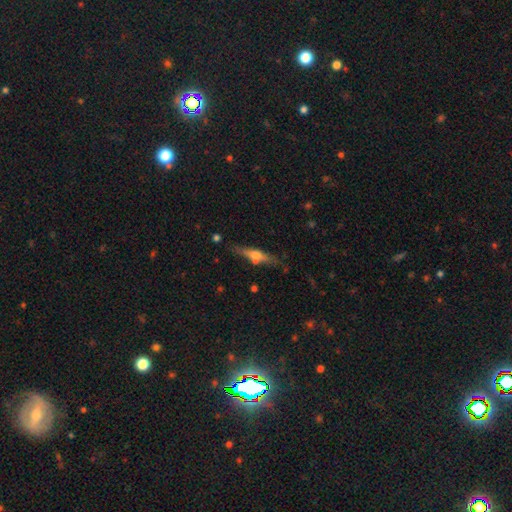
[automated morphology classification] Smooth or featured: featured or disk — 60% (smooth — 33%)
Edge-on disk: yes — 93% (no — 7%)
Edge-on bulge: rounded — 89% (boxy — 6%)
Merging: none — 75% (minor disturbance — 14%)